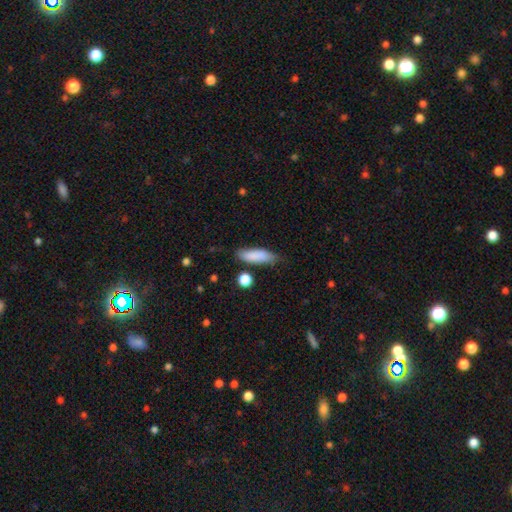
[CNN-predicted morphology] This is clearly a smooth galaxy (86%). How rounded: possibly in between (52%). Merging: likely none (75%).